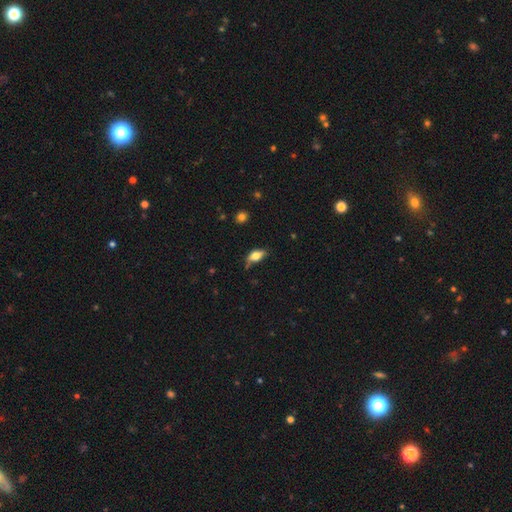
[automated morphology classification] Overall: smooth (67%). How rounded: in between (83%). Merging: none (54%; minor disturbance 33%).